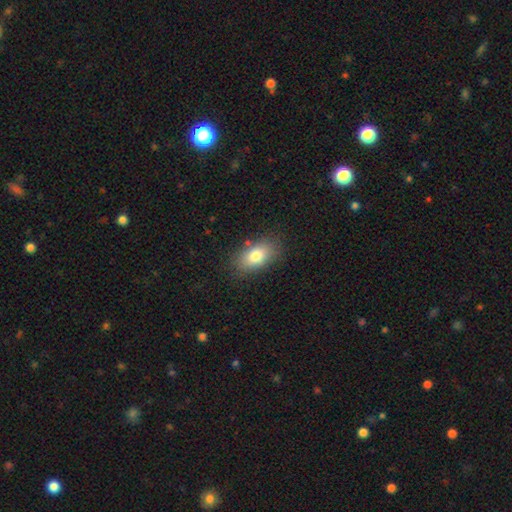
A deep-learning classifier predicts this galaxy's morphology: This appears to be a smooth galaxy with no disk features (80%) that is in between round and cigar-shaped (89%). Merging: none (82%).